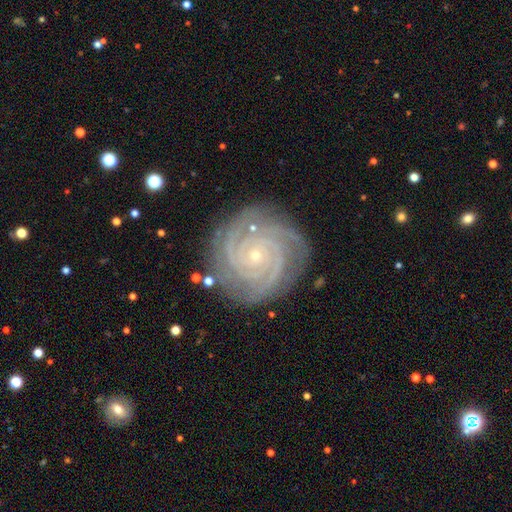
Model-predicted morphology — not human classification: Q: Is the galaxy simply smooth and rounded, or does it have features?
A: featured or disk — 92%.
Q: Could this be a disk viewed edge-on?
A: no — 98%.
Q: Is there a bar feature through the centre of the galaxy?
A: no — 78%.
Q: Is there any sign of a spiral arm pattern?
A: yes — 99%.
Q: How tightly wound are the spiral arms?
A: tight — 86%.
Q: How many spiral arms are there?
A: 3 — 29%.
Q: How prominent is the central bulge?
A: small — 89%.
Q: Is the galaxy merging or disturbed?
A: none — 83%.